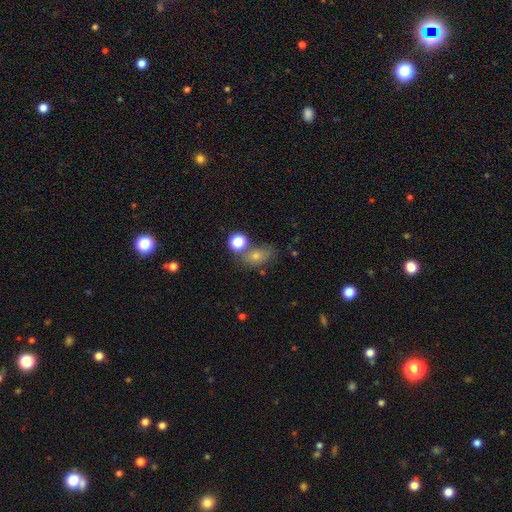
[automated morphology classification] smooth-or-featured: smooth: 62% | star or artifact: 22% | featured or disk: 15%
  how-rounded: in between: 66% | round: 31% | cigar-shaped: 3%
  merging: none: 59% | minor disturbance: 18% | merger: 15% | major disturbance: 8%